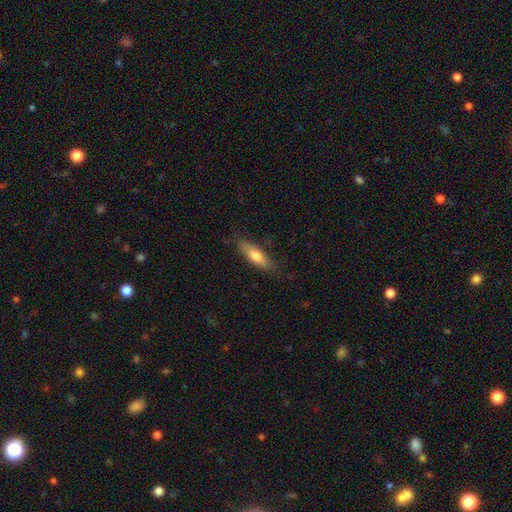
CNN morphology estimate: Q: Smooth or featured?
A: smooth (68%); runner-up: featured or disk (27%)
Q: How rounded?
A: cigar-shaped (57%); runner-up: in between (41%)
Q: Merging?
A: none (80%); runner-up: minor disturbance (16%)